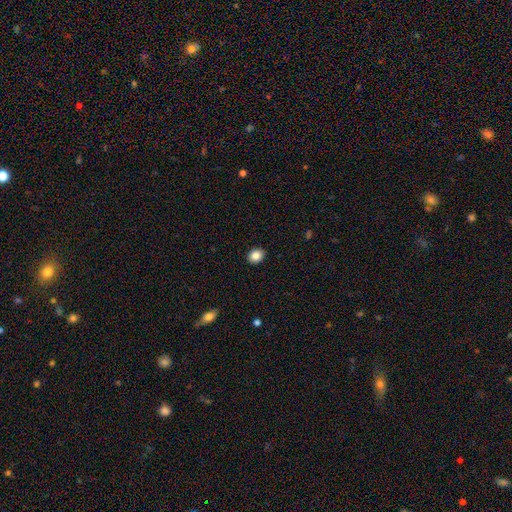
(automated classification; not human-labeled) The model was most divided on "how rounded": round: 56%, in between: 44%, cigar-shaped: 1%. More confident: merging — none (91%); smooth or featured — smooth (86%).